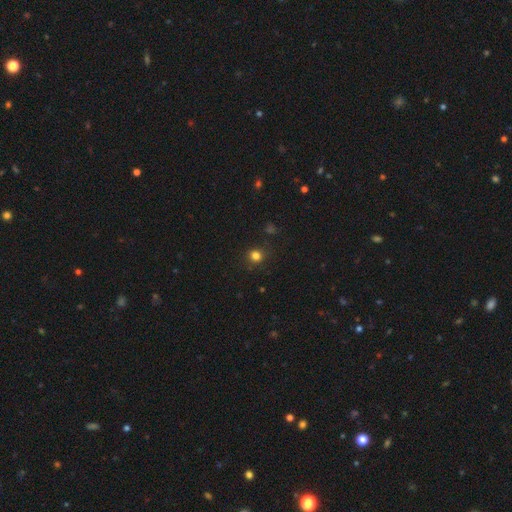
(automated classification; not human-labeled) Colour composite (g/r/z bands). It shows a smooth galaxy with no disk features (80%) that is round (88%). Merging: none (86%).